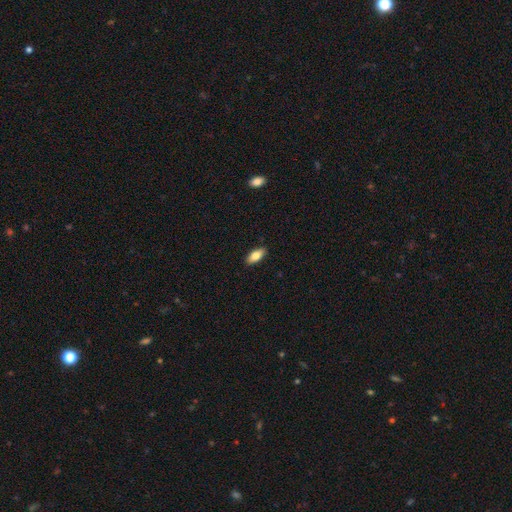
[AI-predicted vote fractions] Smooth or featured: smooth — 81% (featured or disk — 13%)
How rounded: in between — 86% (cigar-shaped — 11%)
Merging: none — 89% (minor disturbance — 8%)